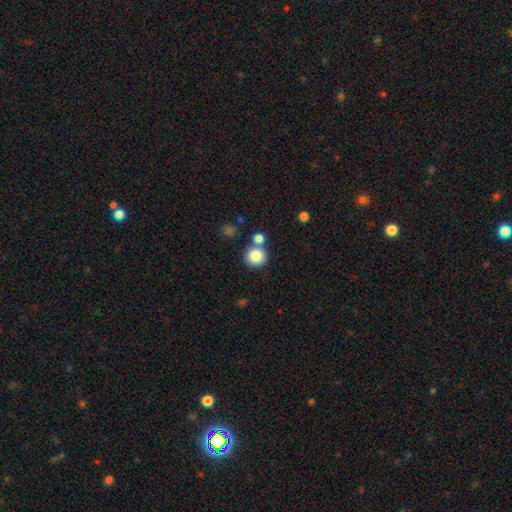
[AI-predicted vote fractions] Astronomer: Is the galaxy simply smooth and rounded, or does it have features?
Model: smooth — 84%.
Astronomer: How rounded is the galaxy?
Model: round — 93%.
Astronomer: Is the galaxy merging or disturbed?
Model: none — 66%.